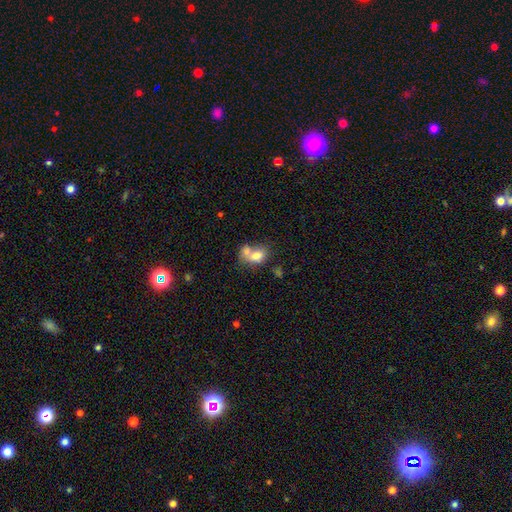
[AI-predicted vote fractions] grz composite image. It shows a smooth galaxy with no disk features (72%) that is in between round and cigar-shaped (71%). Merging: merger (64%).